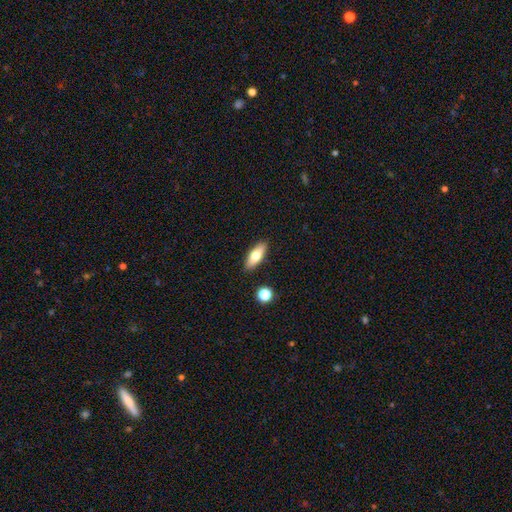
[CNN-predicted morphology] This is likely a smooth galaxy (72%). How rounded: likely in between (71%). Merging: clearly none (88%).